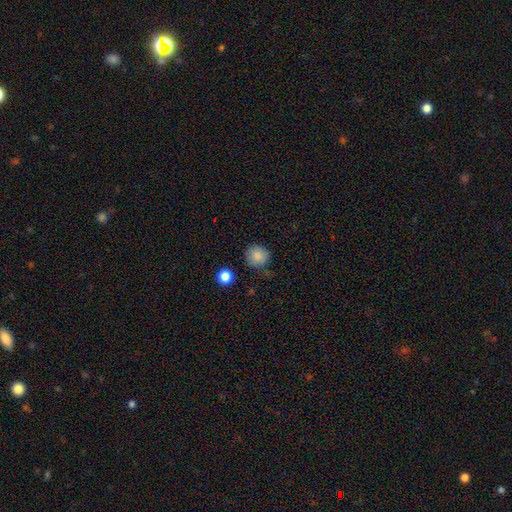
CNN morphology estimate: Smooth or featured?
  - smooth: 84% *
  - star or artifact: 10%
  - featured or disk: 6%
How rounded?
  - round: 91% *
  - in between: 8%
  - cigar-shaped: 1%
Merging?
  - none: 82% *
  - minor disturbance: 12%
  - major disturbance: 3%
  - merger: 3%